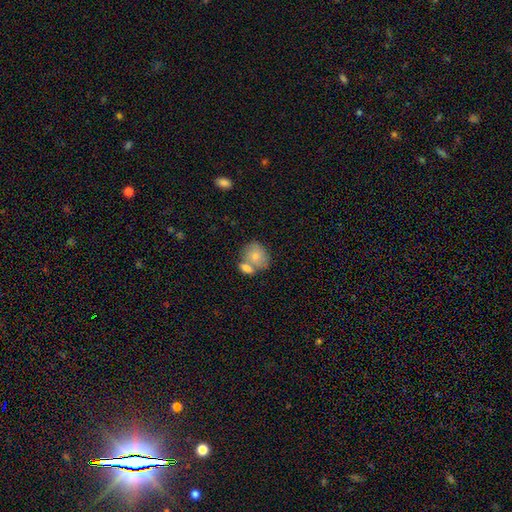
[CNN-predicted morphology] type=smooth (75%); roundness=round (64%); merging=merger (46%).